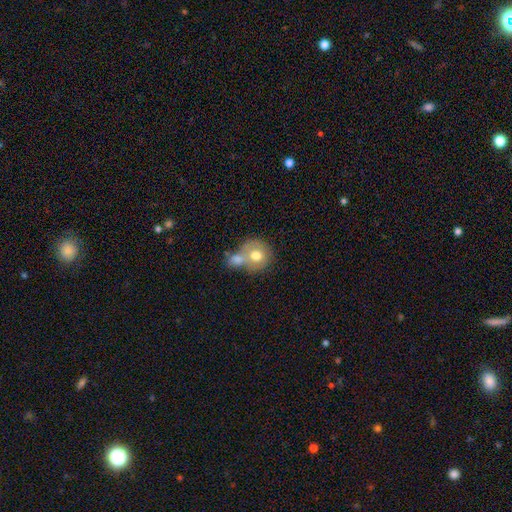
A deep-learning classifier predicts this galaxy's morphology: smooth_or_featured: smooth (p=0.68) [alt: featured or disk p=0.24]
how_rounded: round (p=0.83) [alt: in between p=0.16]
merging: merger (p=0.53) [alt: none p=0.32]